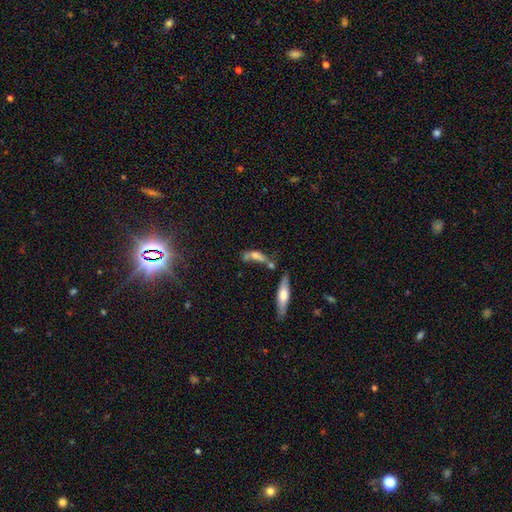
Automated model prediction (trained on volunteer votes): smooth_or_featured: smooth (p=0.55) [alt: featured or disk p=0.32]
how_rounded: cigar-shaped (p=0.50) [alt: in between p=0.45]
merging: none (p=0.39) [alt: merger p=0.29]